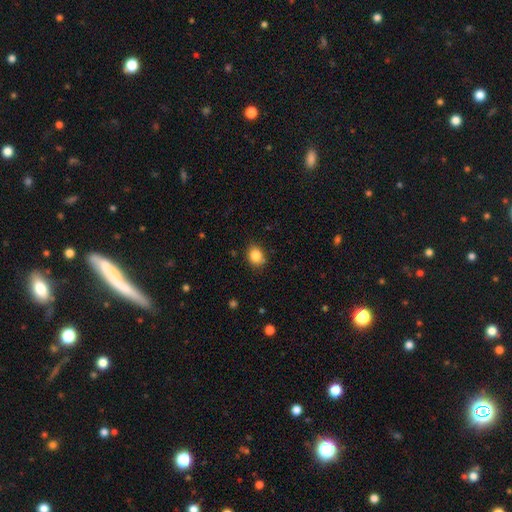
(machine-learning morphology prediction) Smooth or featured? Predicted: smooth (p=0.85). How rounded? Predicted: round (p=0.58). Merging? Predicted: none (p=0.82).